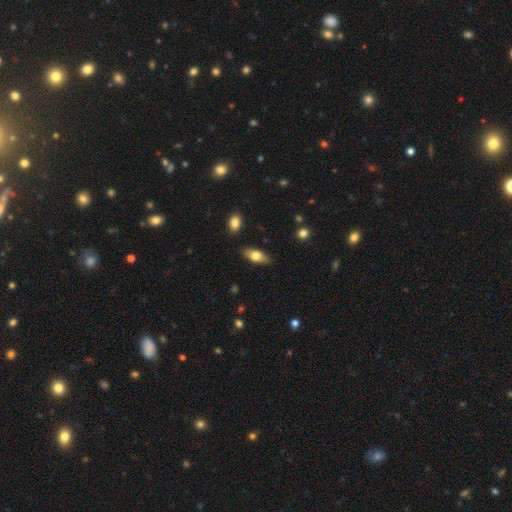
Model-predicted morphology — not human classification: smooth_or_featured: smooth (p=0.68) [alt: featured or disk p=0.26]
how_rounded: in between (p=0.81) [alt: cigar-shaped p=0.16]
merging: none (p=0.84) [alt: minor disturbance p=0.12]